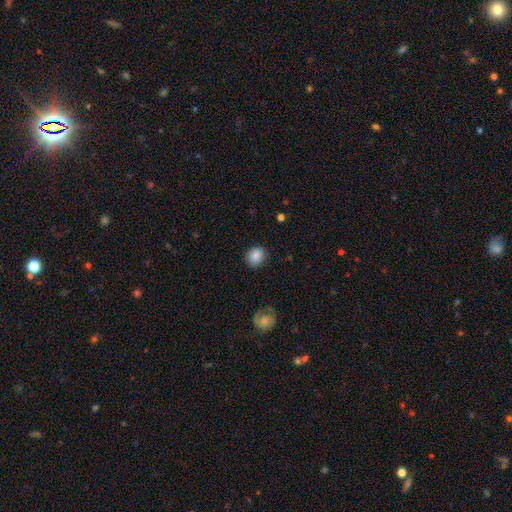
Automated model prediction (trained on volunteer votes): Overall: smooth (86%). How rounded: round (77%). Merging: none (85%).